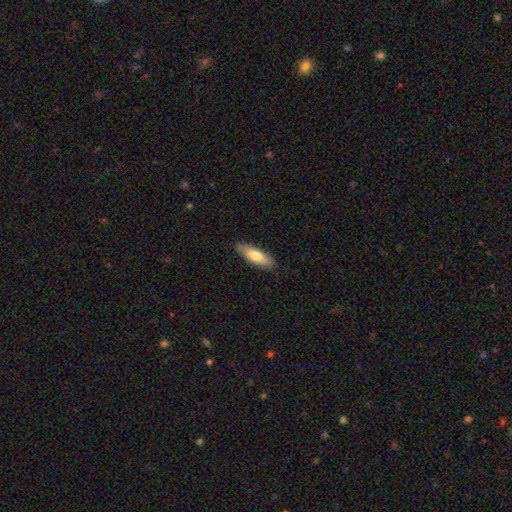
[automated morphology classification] Overall: smooth (72%). How rounded: in between (49%, tied with cigar-shaped). Merging: none (85%).